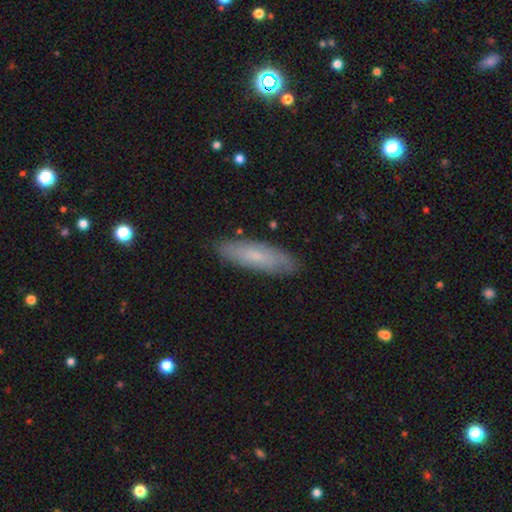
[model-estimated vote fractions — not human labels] A smooth galaxy with no disk features (66%) that is cigar-shaped (55%). Merging: none (85%).